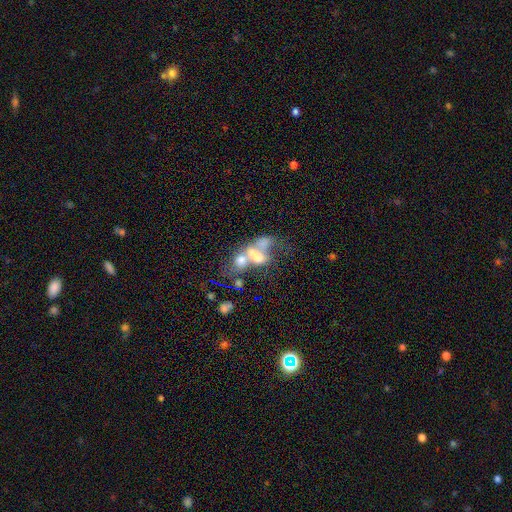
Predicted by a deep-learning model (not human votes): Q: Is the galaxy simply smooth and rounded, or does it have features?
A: smooth — 46%.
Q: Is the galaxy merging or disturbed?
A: merger — 69%.